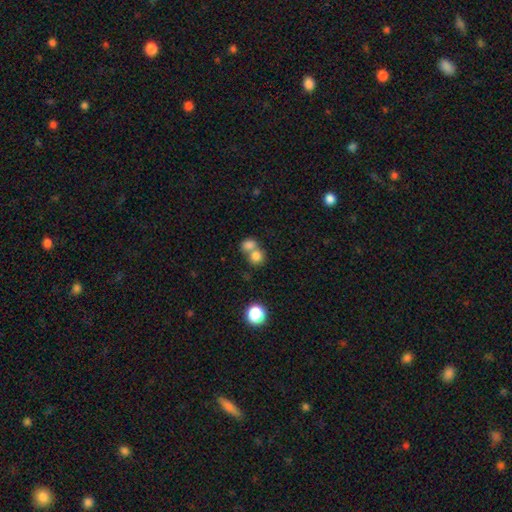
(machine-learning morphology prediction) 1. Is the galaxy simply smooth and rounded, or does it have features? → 79% smooth, 12% star or artifact, 9% featured or disk.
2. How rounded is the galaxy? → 80% round, 19% in between, 1% cigar-shaped.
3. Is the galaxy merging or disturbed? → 53% merger, 39% none, 6% minor disturbance, 3% major disturbance.